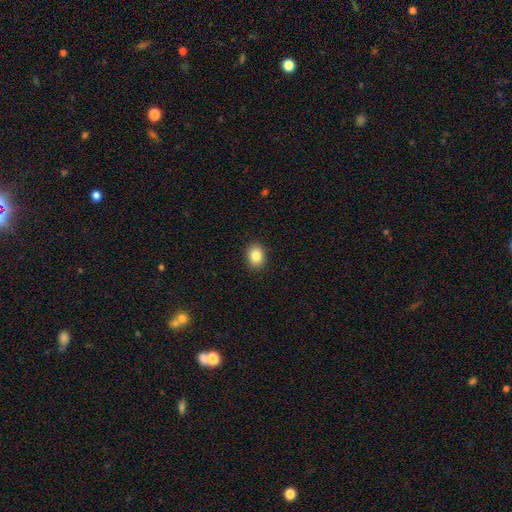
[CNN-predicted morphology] type=smooth (86%); roundness=in between (57%); merging=none (90%).